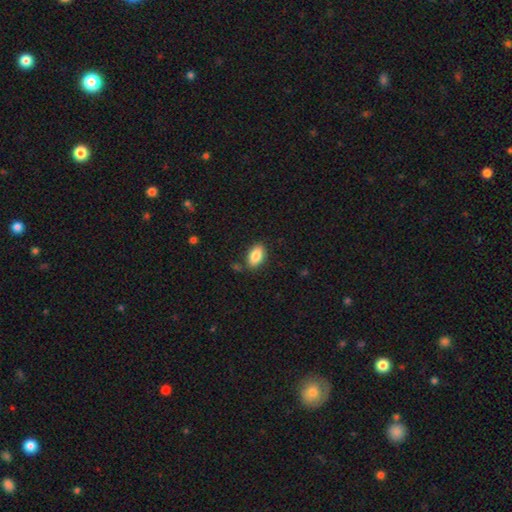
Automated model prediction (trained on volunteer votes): smooth 87%, star or artifact 7%, featured or disk 6%. Down the decision tree: how rounded — in between (92%); merging — none (83%).